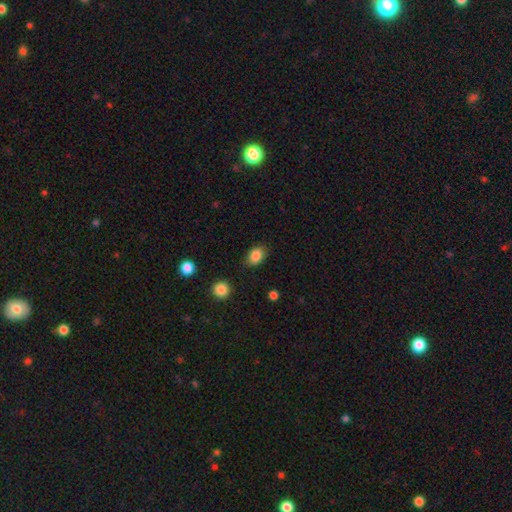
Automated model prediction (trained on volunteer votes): This is clearly a smooth galaxy (86%). How rounded: likely in between (77%). Merging: clearly none (83%).